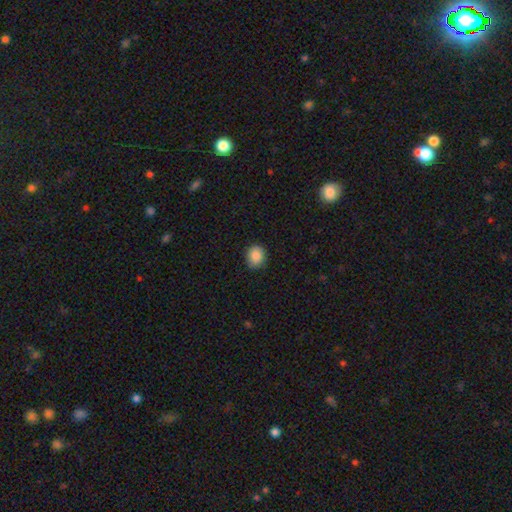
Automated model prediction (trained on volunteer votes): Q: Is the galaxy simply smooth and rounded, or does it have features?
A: smooth — 88%.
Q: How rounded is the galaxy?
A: round — 60%.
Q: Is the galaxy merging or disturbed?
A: none — 85%.